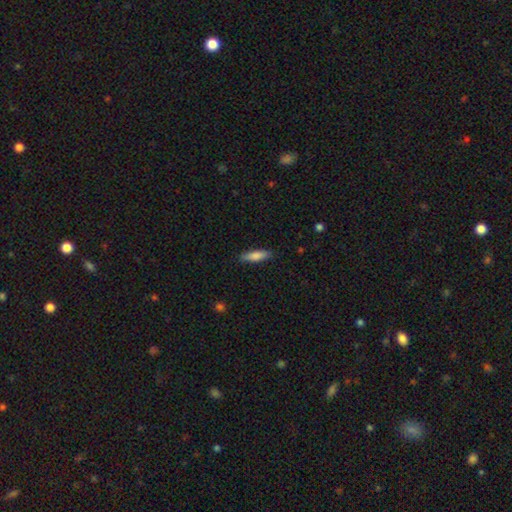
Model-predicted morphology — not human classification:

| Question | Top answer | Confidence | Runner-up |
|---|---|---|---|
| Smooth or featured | smooth | 80% | featured or disk (14%) |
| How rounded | cigar-shaped | 65% | in between (33%) |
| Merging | none | 86% | minor disturbance (11%) |